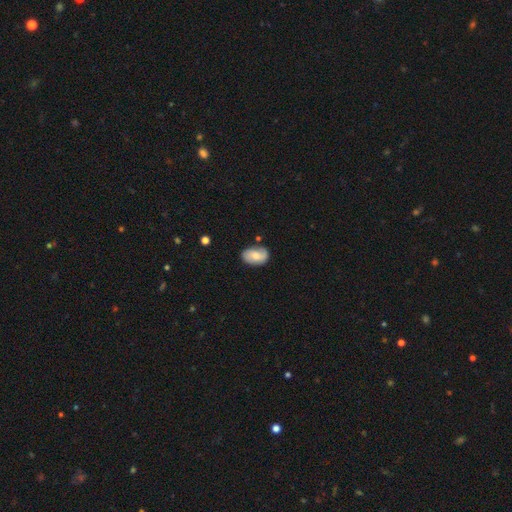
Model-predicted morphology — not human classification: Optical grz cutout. It shows a smooth galaxy with no disk features (63%) that is in between round and cigar-shaped (88%). Merging: none (73%).